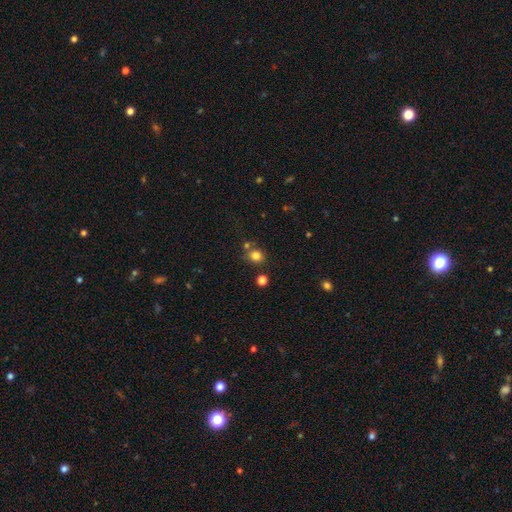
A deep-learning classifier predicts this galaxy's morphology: This is likely a smooth galaxy (80%). How rounded: likely round (79%). Merging: likely none (73%).